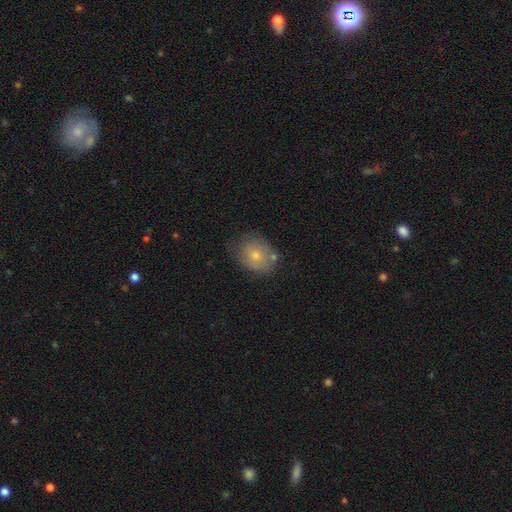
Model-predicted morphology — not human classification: Smooth or featured: smooth — 67% (featured or disk — 25%)
How rounded: in between — 50% (round — 49%)
Merging: none — 62% (minor disturbance — 25%)